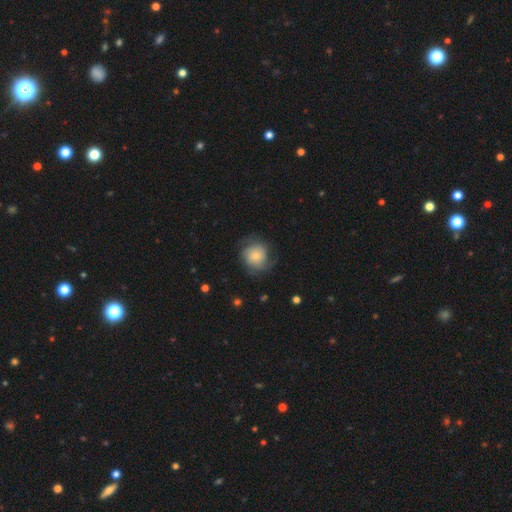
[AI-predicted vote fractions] A smooth galaxy with no disk features (47%).

Vote fractions:
- Smooth or featured? smooth: 47% / featured or disk: 45% / star or artifact: 8%
- Merging? none: 64% / minor disturbance: 21% / major disturbance: 14% / merger: 1%